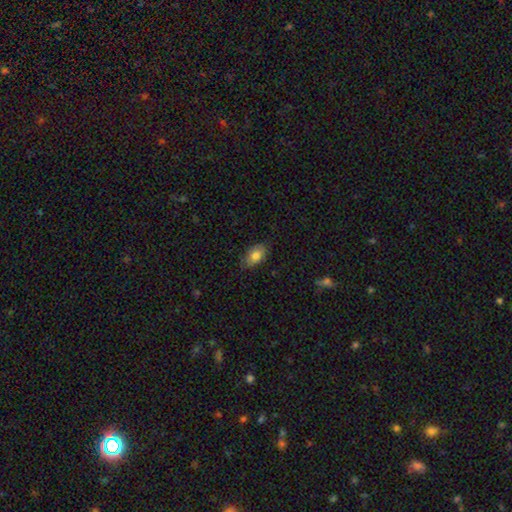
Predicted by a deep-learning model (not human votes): smooth_or_featured: smooth (p=0.81) [alt: featured or disk p=0.12]
how_rounded: in between (p=0.91) [alt: round p=0.07]
merging: none (p=0.80) [alt: minor disturbance p=0.16]